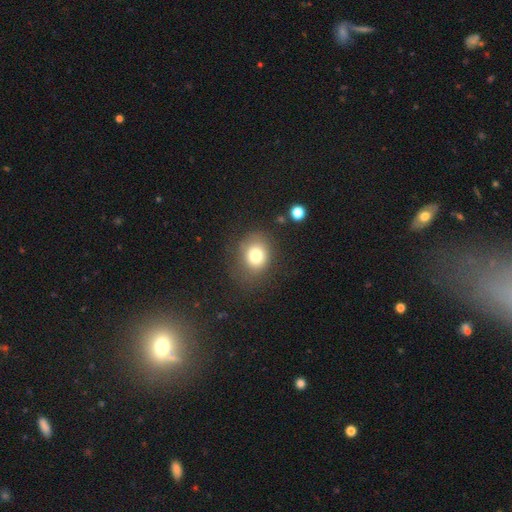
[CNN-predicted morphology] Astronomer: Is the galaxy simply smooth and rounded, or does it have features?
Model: smooth — 76%.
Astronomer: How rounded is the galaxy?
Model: round — 63%.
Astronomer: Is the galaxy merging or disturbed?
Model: none — 71%.